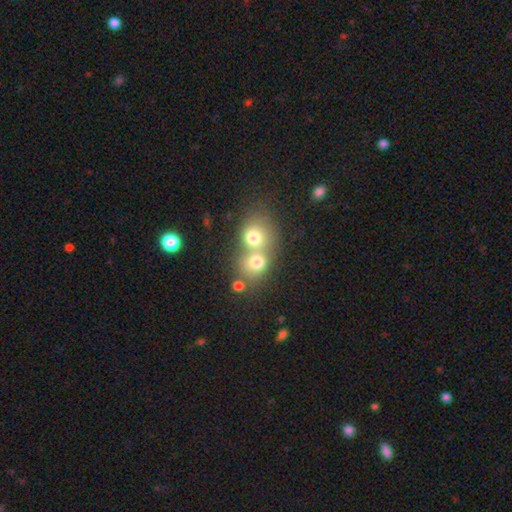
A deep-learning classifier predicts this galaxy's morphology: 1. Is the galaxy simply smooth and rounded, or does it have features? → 67% smooth, 18% featured or disk, 15% star or artifact.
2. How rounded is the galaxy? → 70% round, 29% in between, 1% cigar-shaped.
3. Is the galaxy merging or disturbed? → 68% merger, 24% none, 5% minor disturbance, 3% major disturbance.